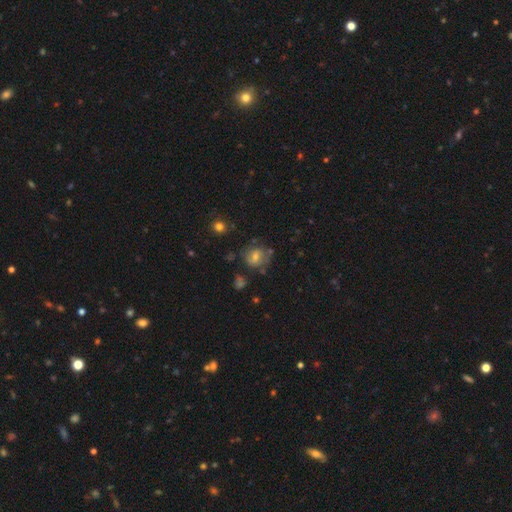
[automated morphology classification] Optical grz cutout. It shows a smooth galaxy with no disk features (46%). Merging: none (66%).